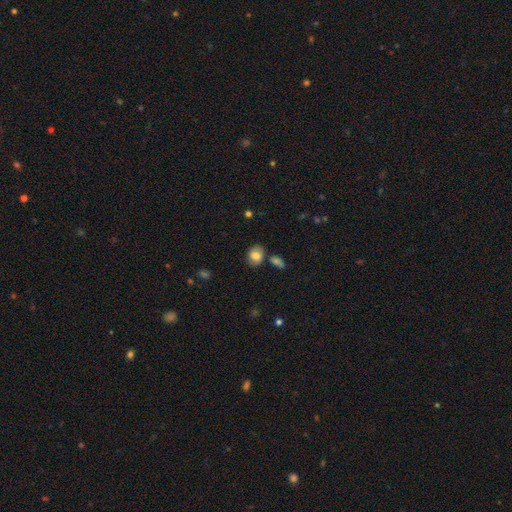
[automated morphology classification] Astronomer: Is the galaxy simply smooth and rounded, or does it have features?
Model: smooth — 79%.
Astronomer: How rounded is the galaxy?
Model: round — 50% (runner-up: in between, 49%).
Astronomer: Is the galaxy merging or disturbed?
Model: none — 75%.